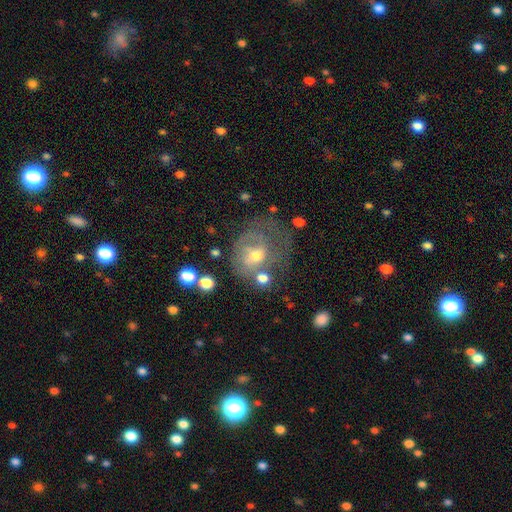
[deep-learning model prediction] smooth_or_featured: featured or disk (p=0.56) [alt: smooth p=0.34]
disk_edge_on: no (p=0.96) [alt: yes p=0.04]
bar: no (p=0.58) [alt: weak p=0.34]
has_spiral_arms: yes (p=0.56) [alt: no p=0.44]
bulge_size: moderate (p=0.59) [alt: small p=0.32]
merging: none (p=0.35) [alt: major disturbance p=0.32]